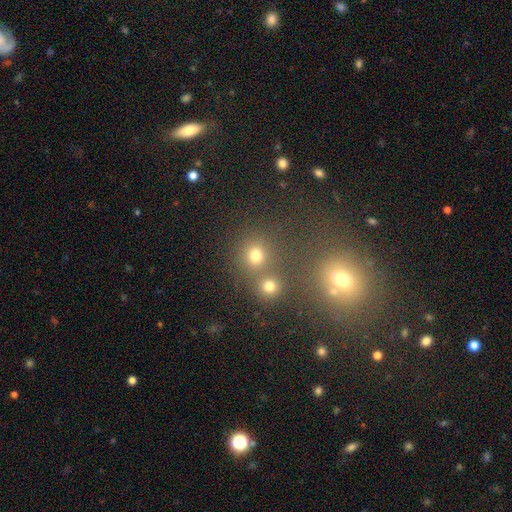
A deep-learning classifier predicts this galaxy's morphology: Overall: smooth (73%). How rounded: round (88%). Merging: none (66%).